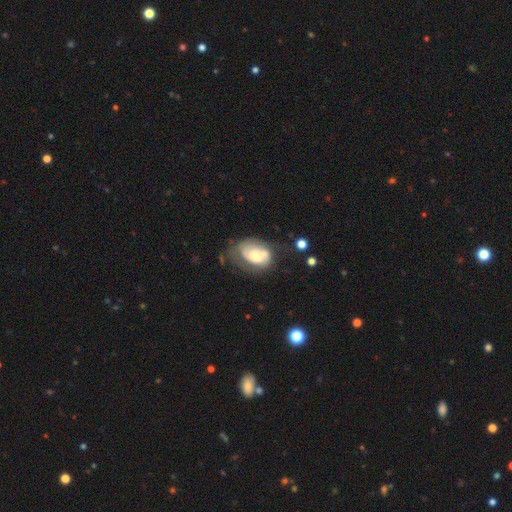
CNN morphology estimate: Overall: featured or disk (50%; smooth 43%). Edge-on disk: no (95%). Merging: none (32%; minor disturbance 28%).